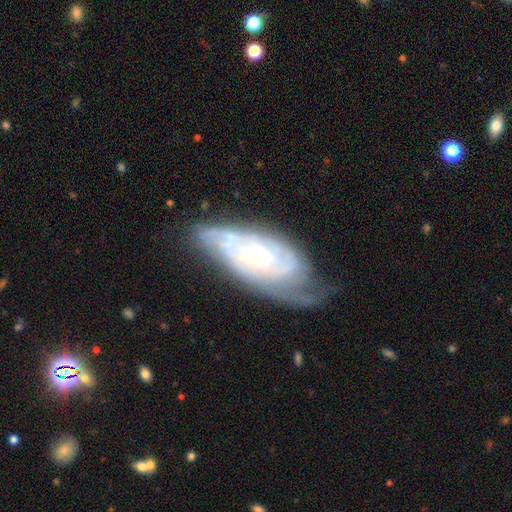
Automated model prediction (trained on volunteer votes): Q: Smooth or featured?
A: featured or disk (82%); runner-up: smooth (12%)
Q: Edge-on disk?
A: no (92%); runner-up: yes (8%)
Q: Bar?
A: no (64%); runner-up: weak (28%)
Q: Spiral arms?
A: yes (95%); runner-up: no (5%)
Q: Spiral winding?
A: tight (69%); runner-up: medium (26%)
Q: Spiral arm count?
A: can't tell (38%); runner-up: 3 (21%)
Q: Bulge size?
A: small (72%); runner-up: moderate (23%)
Q: Merging?
A: none (61%); runner-up: minor disturbance (26%)